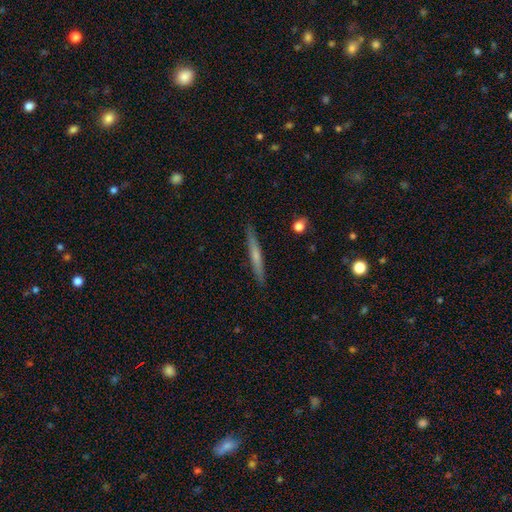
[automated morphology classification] Overall: smooth (50%; featured or disk 44%). How rounded: cigar-shaped (96%). Merging: none (90%).